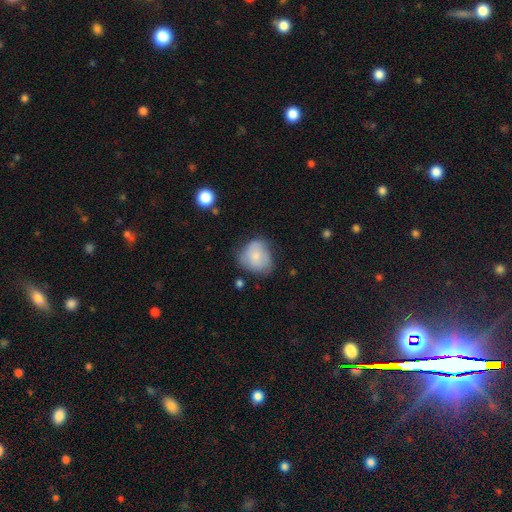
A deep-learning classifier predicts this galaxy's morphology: Smooth or featured? smooth (71%)
How rounded? round (62%)
Merging? none (49%)